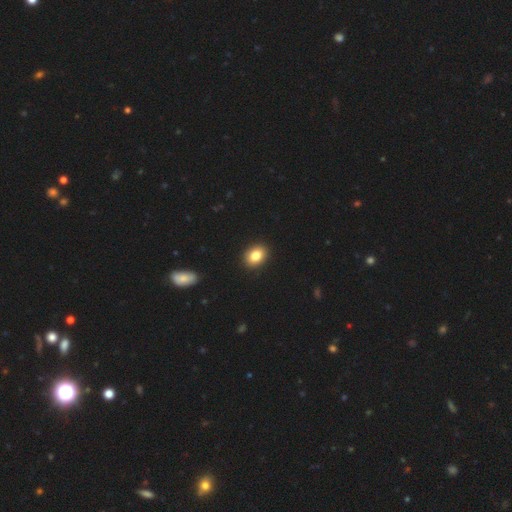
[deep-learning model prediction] smooth-or-featured: smooth: 84% | star or artifact: 9% | featured or disk: 7%
  how-rounded: in between: 62% | round: 37% | cigar-shaped: 1%
  merging: none: 91% | minor disturbance: 6% | major disturbance: 2% | merger: 1%